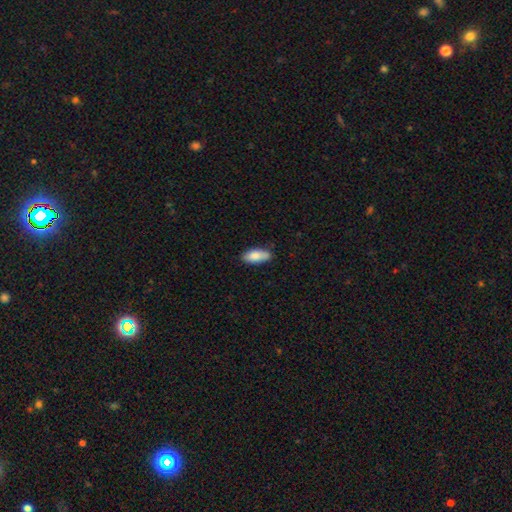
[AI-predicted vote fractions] Q: Smooth or featured?
A: smooth (85%); runner-up: featured or disk (9%)
Q: How rounded?
A: in between (82%); runner-up: cigar-shaped (16%)
Q: Merging?
A: none (78%); runner-up: minor disturbance (18%)